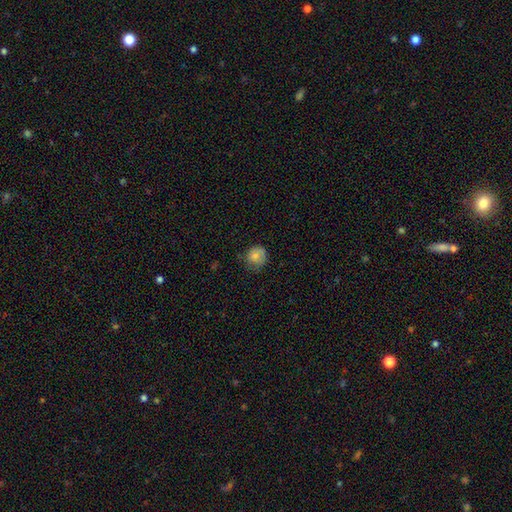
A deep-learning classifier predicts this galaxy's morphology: Smooth or featured? Predicted: smooth (p=0.78). How rounded? Predicted: round (p=0.85). Merging? Predicted: none (p=0.65).